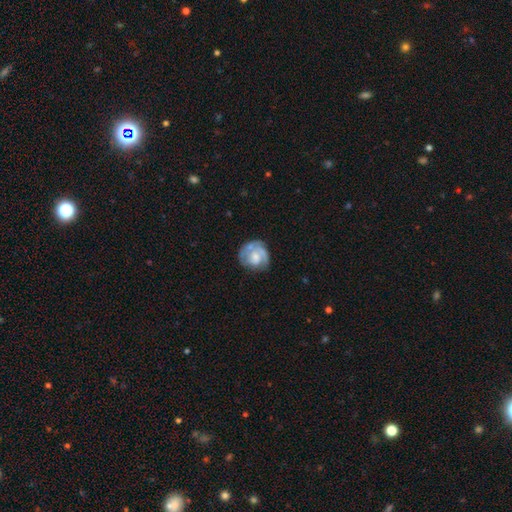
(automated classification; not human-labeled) featured or disk 58%, smooth 35%, star or artifact 7%. Down the decision tree: edge-on disk — no (98%); bar — no (74%); spiral arms — yes (71%); bulge size — moderate (42%); merging — none (60%).